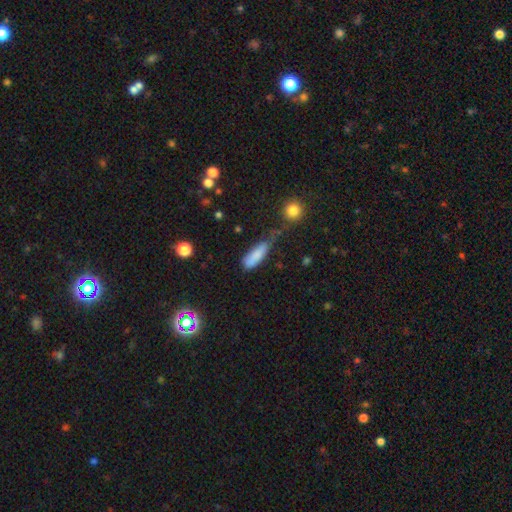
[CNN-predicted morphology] This appears to be a smooth galaxy with no disk features (80%) that is in between round and cigar-shaped (52%). Merging: none (37%).